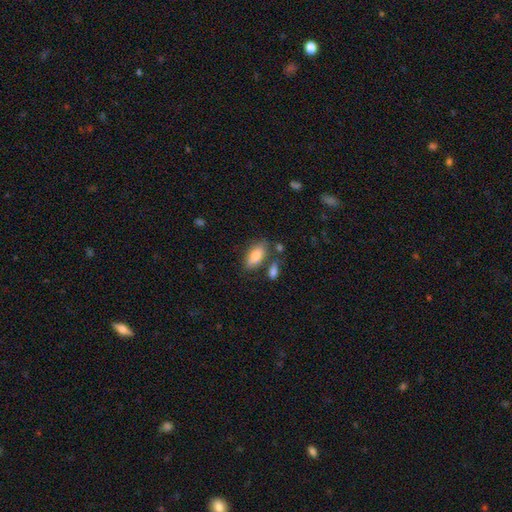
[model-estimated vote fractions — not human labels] Smooth or featured: smooth — 77% (featured or disk — 16%)
How rounded: in between — 82% (cigar-shaped — 15%)
Merging: none — 68% (minor disturbance — 17%)